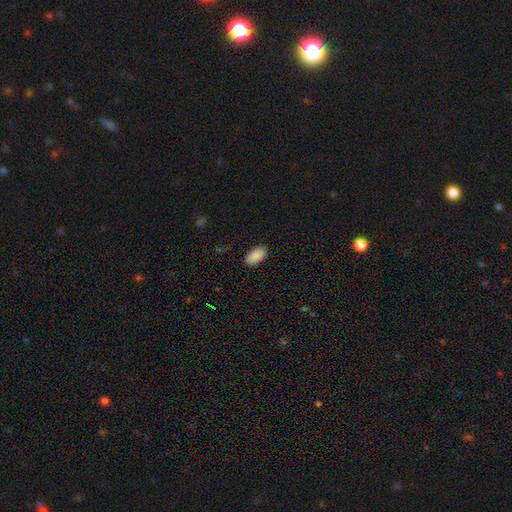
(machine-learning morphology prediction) smooth-or-featured: smooth: 90% | star or artifact: 7% | featured or disk: 3%
  how-rounded: in between: 95% | cigar-shaped: 3% | round: 2%
  merging: none: 88% | minor disturbance: 9% | major disturbance: 2% | merger: 1%